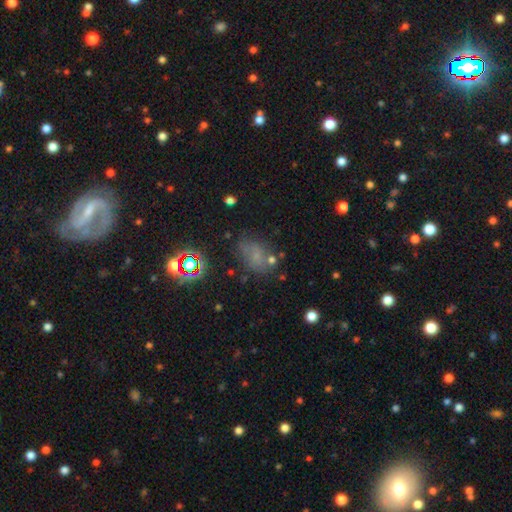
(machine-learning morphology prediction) This appears to be a smooth galaxy with no disk features (50%) that is in between round and cigar-shaped (73%). Merging: none (56%).